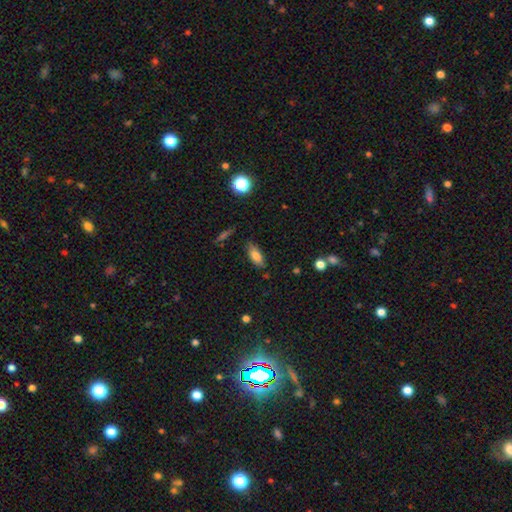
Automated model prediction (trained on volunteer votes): Smooth or featured: smooth — 80% (featured or disk — 11%)
How rounded: in between — 80% (cigar-shaped — 17%)
Merging: none — 77% (minor disturbance — 17%)